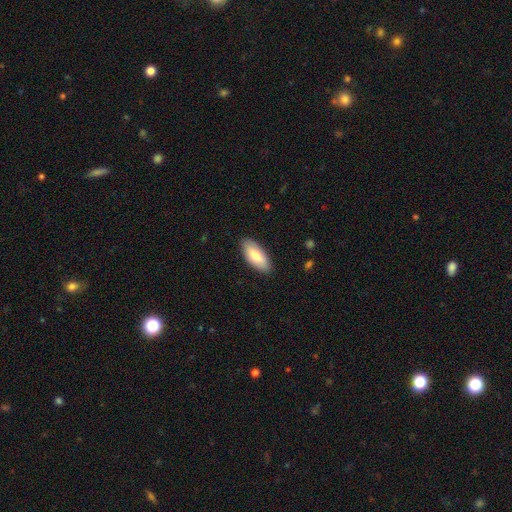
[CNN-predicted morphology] Q: Smooth or featured?
A: smooth (76%); runner-up: featured or disk (18%)
Q: How rounded?
A: in between (87%); runner-up: cigar-shaped (11%)
Q: Merging?
A: none (88%); runner-up: minor disturbance (9%)